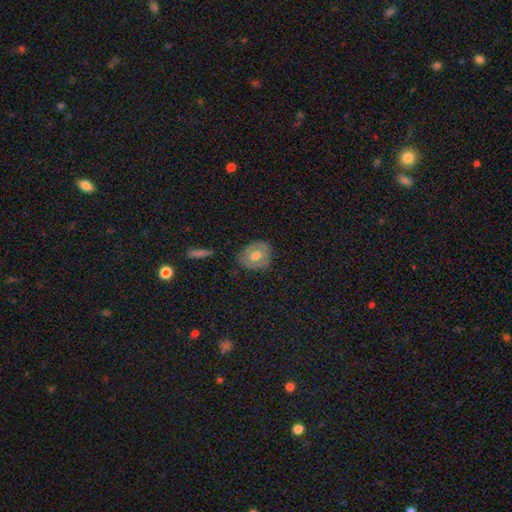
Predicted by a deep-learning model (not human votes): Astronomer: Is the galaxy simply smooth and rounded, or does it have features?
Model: featured or disk — 48% (runner-up: smooth, 44%).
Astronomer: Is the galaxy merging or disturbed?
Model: none — 78%.